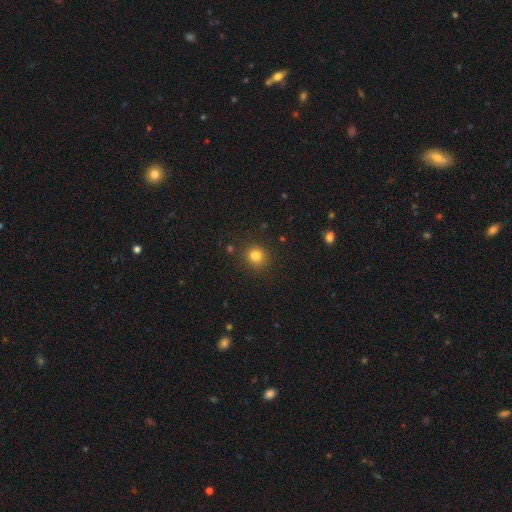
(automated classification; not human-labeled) Smooth or featured? Predicted: smooth (p=0.82). How rounded? Predicted: round (p=0.86). Merging? Predicted: none (p=0.87).